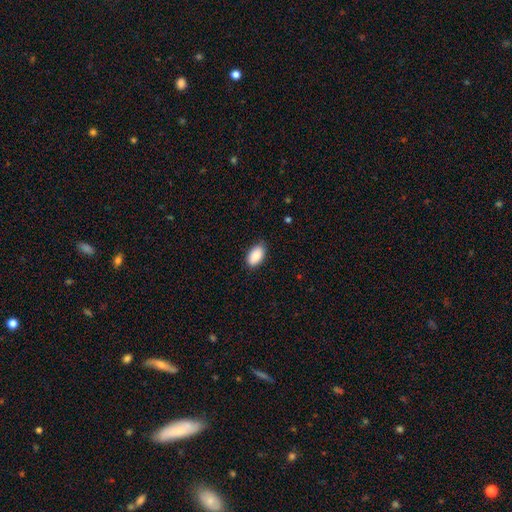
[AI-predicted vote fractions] Q: Smooth or featured?
A: smooth (89%); runner-up: star or artifact (6%)
Q: How rounded?
A: in between (95%); runner-up: round (4%)
Q: Merging?
A: none (85%); runner-up: minor disturbance (12%)